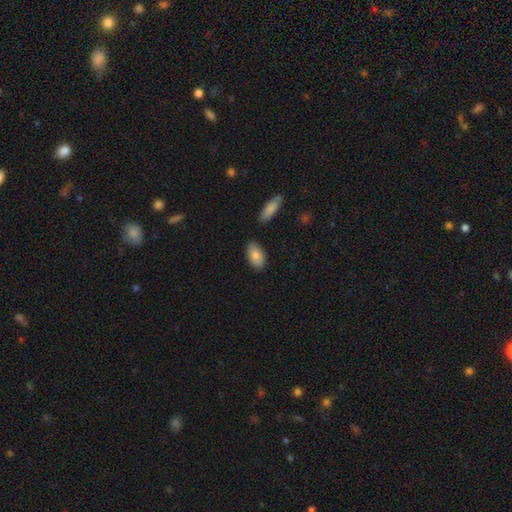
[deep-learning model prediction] Smooth or featured?
  - smooth: 82% *
  - featured or disk: 11%
  - star or artifact: 6%
How rounded?
  - in between: 93% *
  - round: 4%
  - cigar-shaped: 3%
Merging?
  - none: 82% *
  - minor disturbance: 12%
  - merger: 4%
  - major disturbance: 2%